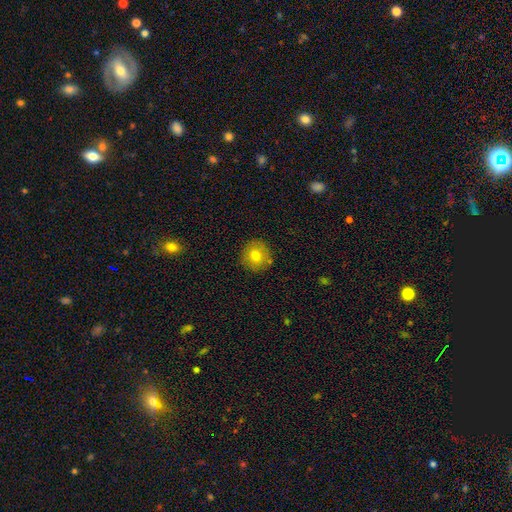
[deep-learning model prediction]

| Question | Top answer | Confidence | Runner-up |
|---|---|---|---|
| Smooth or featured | smooth | 75% | featured or disk (15%) |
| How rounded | round | 91% | in between (8%) |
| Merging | none | 87% | minor disturbance (9%) |